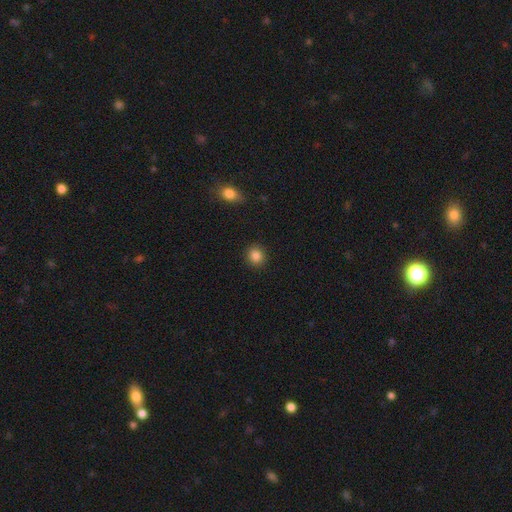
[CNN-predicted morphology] Smooth or featured: smooth — 85% (star or artifact — 10%)
How rounded: round — 87% (in between — 12%)
Merging: none — 91% (minor disturbance — 6%)